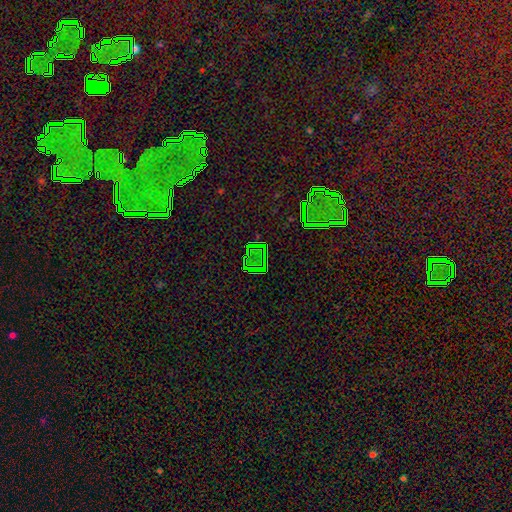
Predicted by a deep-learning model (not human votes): Morphology: type=star or artifact (78%).